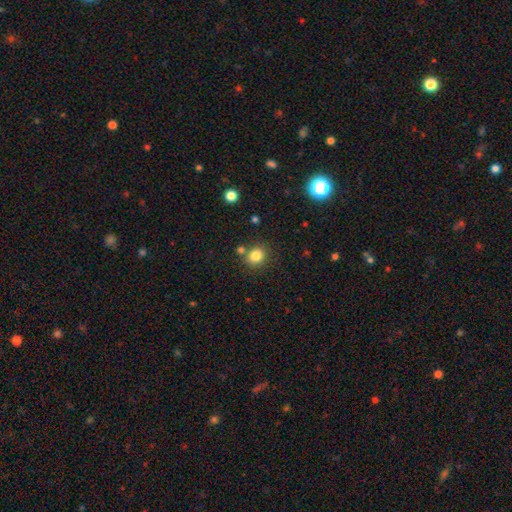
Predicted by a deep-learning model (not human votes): Overall: smooth (82%). How rounded: round (80%). Merging: none (77%).